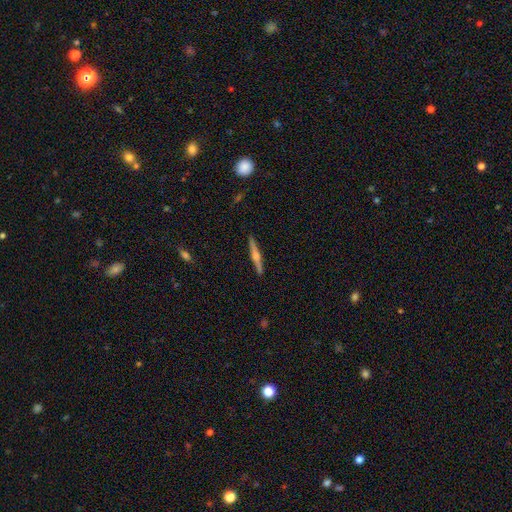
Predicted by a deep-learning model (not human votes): Smooth or featured: featured or disk — 73% (smooth — 20%)
Edge-on disk: yes — 98% (no — 2%)
Edge-on bulge: rounded — 88% (none — 6%)
Merging: none — 91% (minor disturbance — 7%)